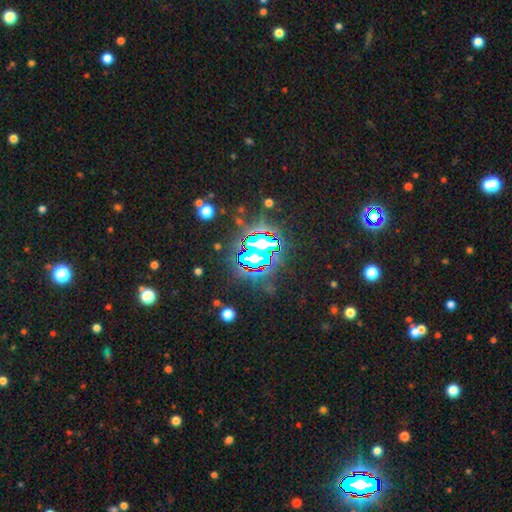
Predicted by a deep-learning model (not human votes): Morphology: type=star or artifact (74%).